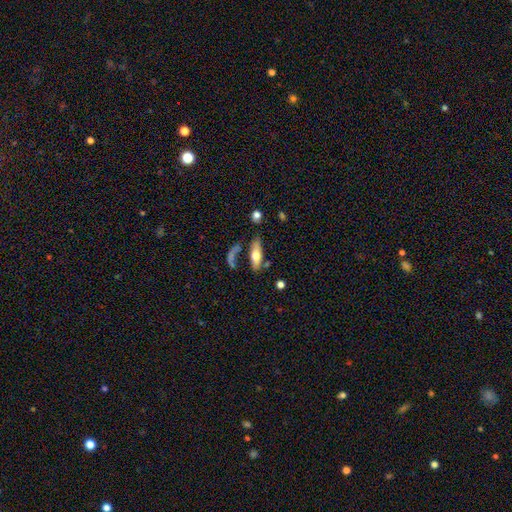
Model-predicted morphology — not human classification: Smooth or featured?
  - smooth: 59% *
  - featured or disk: 34%
  - star or artifact: 7%
How rounded?
  - in between: 57% *
  - cigar-shaped: 40%
  - round: 3%
Merging?
  - none: 53% *
  - minor disturbance: 18%
  - merger: 16%
  - major disturbance: 13%